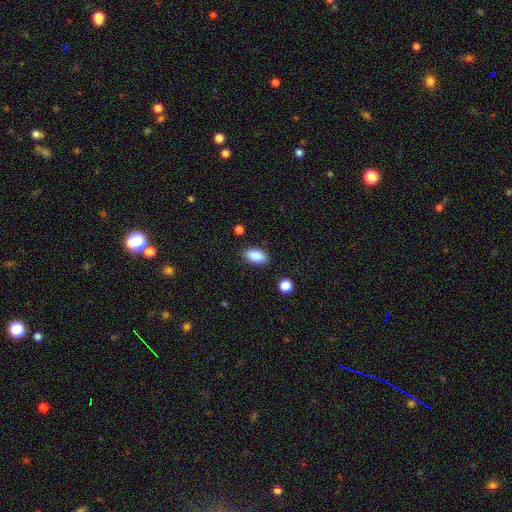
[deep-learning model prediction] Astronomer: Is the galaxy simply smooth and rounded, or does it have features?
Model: smooth — 89%.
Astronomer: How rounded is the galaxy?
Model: in between — 92%.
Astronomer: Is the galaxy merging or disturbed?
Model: none — 85%.